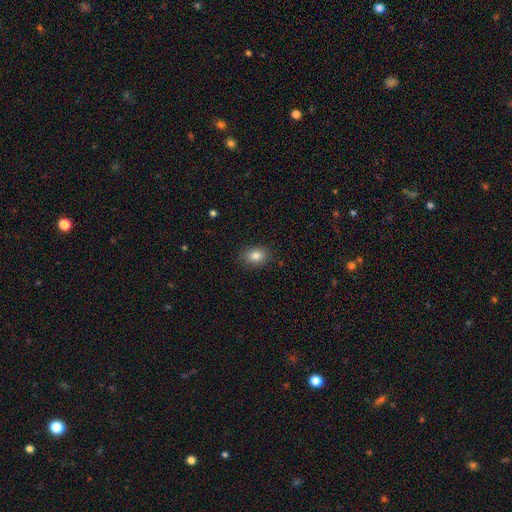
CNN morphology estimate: This is clearly a smooth galaxy (85%). How rounded: likely in between (70%). Merging: clearly none (86%).